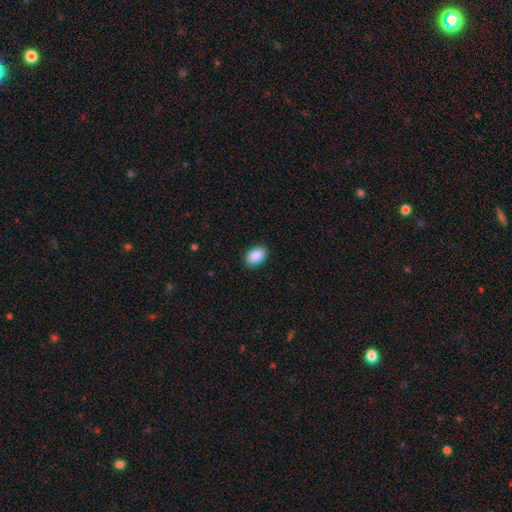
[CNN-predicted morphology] Smooth or featured: smooth — 90% (star or artifact — 7%)
How rounded: in between — 87% (round — 12%)
Merging: none — 89% (minor disturbance — 8%)